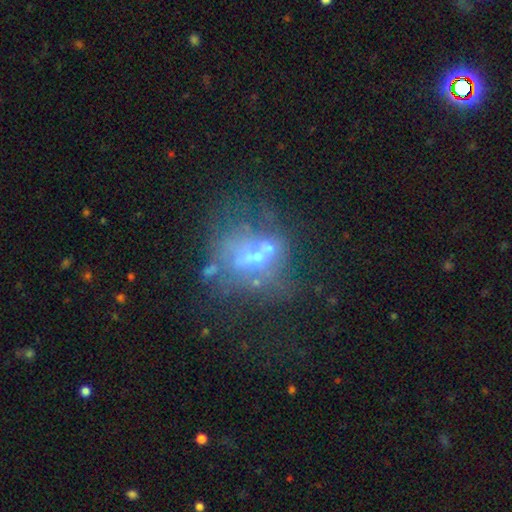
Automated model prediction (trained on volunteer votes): Smooth or featured? featured or disk (53%)
Edge-on disk? no (91%)
Merging? none (38%)